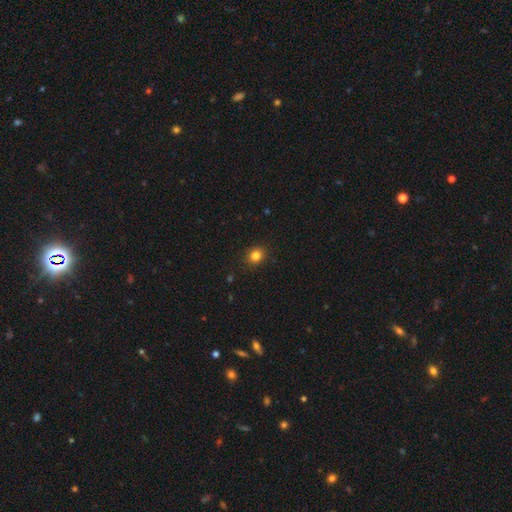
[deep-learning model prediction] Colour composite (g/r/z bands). It shows a smooth galaxy with no disk features (83%) that is round (74%). Merging: none (90%).